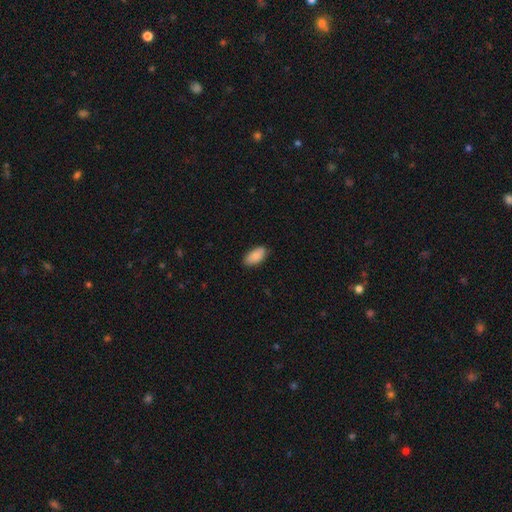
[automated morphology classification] The model was most divided on "merging": none: 85%, minor disturbance: 12%, major disturbance: 2%, merger: 1%. More confident: how rounded — in between (93%); smooth or featured — smooth (88%).